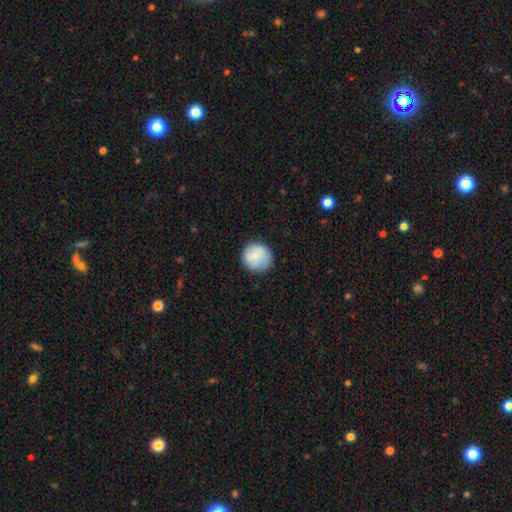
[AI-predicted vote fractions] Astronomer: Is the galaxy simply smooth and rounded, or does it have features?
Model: smooth — 81%.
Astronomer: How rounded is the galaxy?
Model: round — 90%.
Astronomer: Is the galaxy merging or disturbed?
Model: none — 83%.